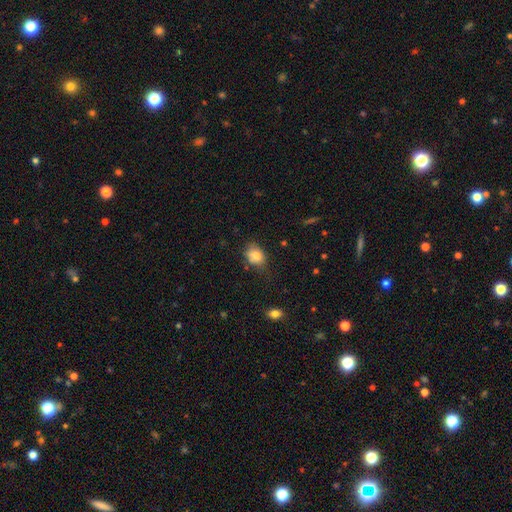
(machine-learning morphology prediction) Smooth or featured? Predicted: smooth (p=0.78). How rounded? Predicted: in between (p=0.64). Merging? Predicted: none (p=0.60).